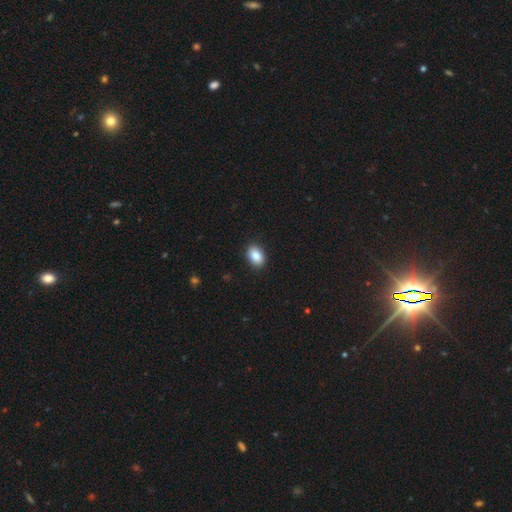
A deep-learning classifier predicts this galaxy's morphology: Smooth or featured?
  - smooth: 85% *
  - star or artifact: 8%
  - featured or disk: 7%
How rounded?
  - in between: 82% *
  - round: 17%
  - cigar-shaped: 1%
Merging?
  - none: 91% *
  - minor disturbance: 7%
  - major disturbance: 2%
  - merger: 1%